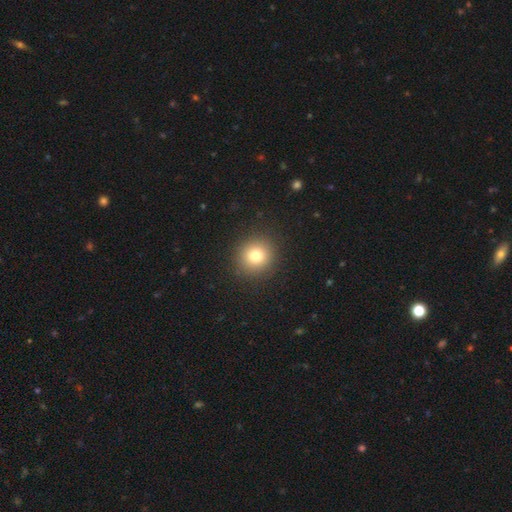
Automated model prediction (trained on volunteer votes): Morphology: type=smooth (79%); roundness=round (91%); merging=none (91%).